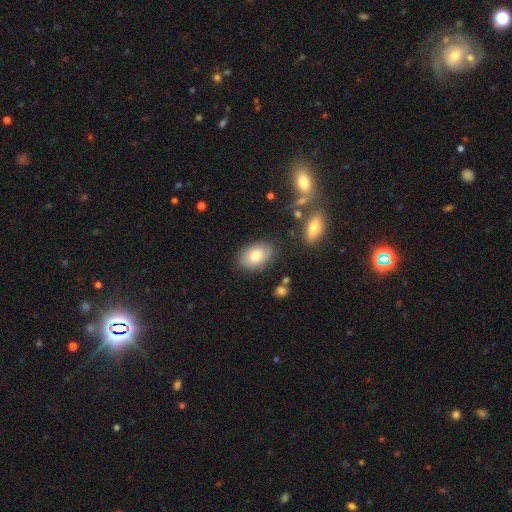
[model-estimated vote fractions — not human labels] The model was most divided on "smooth or featured": smooth: 74%, featured or disk: 19%, star or artifact: 8%. More confident: how rounded — in between (85%); merging — none (81%).